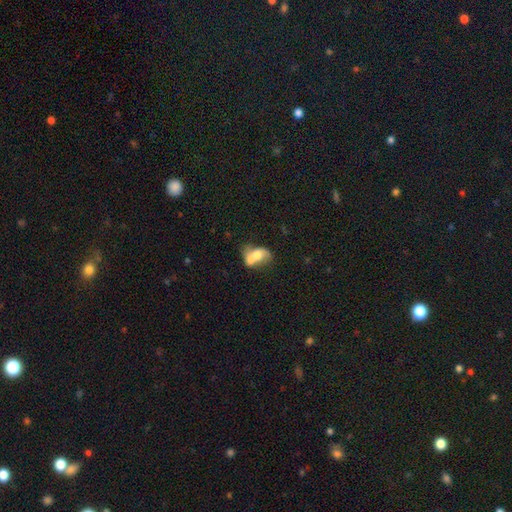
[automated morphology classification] smooth_or_featured: smooth (p=0.48) [alt: featured or disk p=0.44]
merging: merger (p=0.57) [alt: none p=0.21]